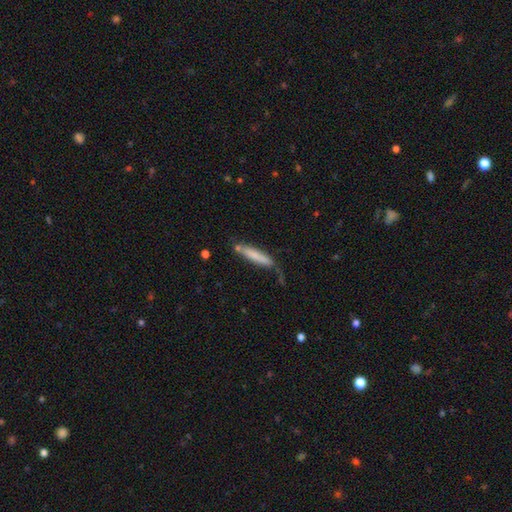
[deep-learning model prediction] Smooth or featured: smooth — 71% (featured or disk — 23%)
How rounded: cigar-shaped — 90% (in between — 9%)
Merging: none — 59% (minor disturbance — 24%)